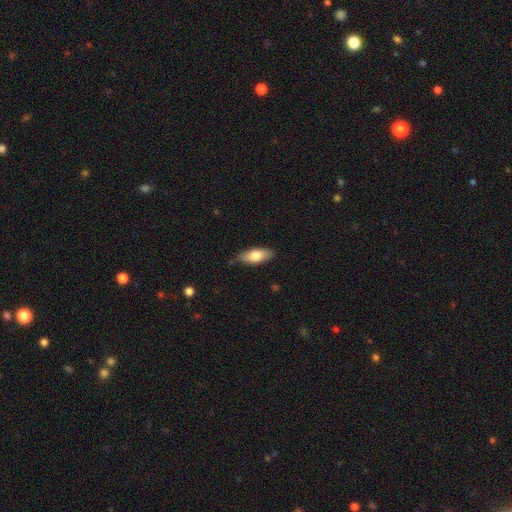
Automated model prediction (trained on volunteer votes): Q: Smooth or featured?
A: smooth (74%); runner-up: featured or disk (20%)
Q: How rounded?
A: in between (79%); runner-up: cigar-shaped (19%)
Q: Merging?
A: none (84%); runner-up: minor disturbance (13%)